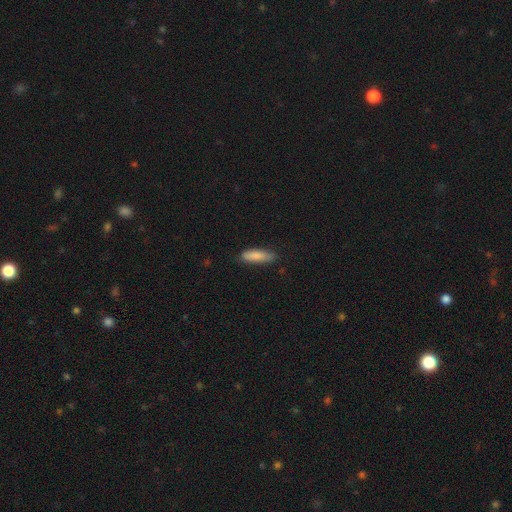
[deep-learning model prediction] Morphology: type=smooth (85%); roundness=cigar-shaped (55%); merging=none (79%).